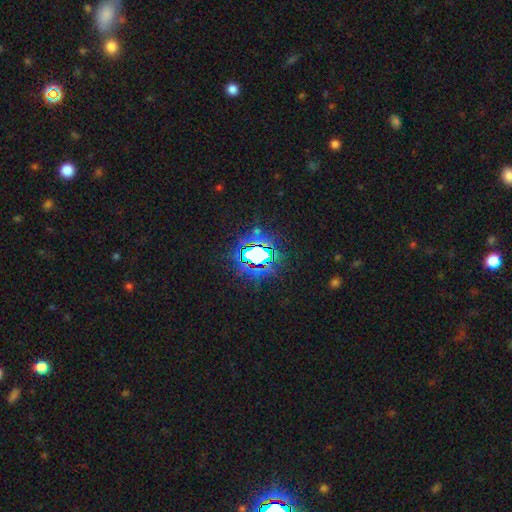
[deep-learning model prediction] Q: Smooth or featured?
A: star or artifact (77%); runner-up: smooth (14%)